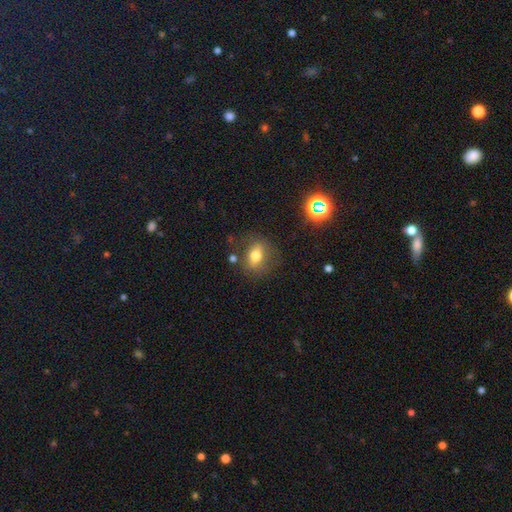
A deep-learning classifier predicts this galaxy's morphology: This is likely a smooth galaxy (67%). How rounded: likely in between (63%). Merging: likely none (74%).